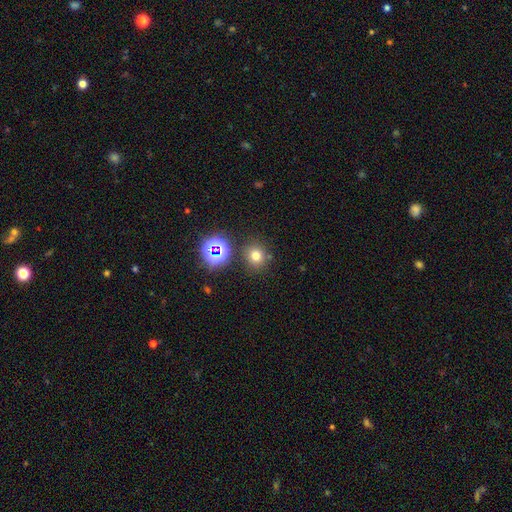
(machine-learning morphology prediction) Smooth or featured? Predicted: smooth (p=0.70). How rounded? Predicted: round (p=0.85). Merging? Predicted: none (p=0.82).